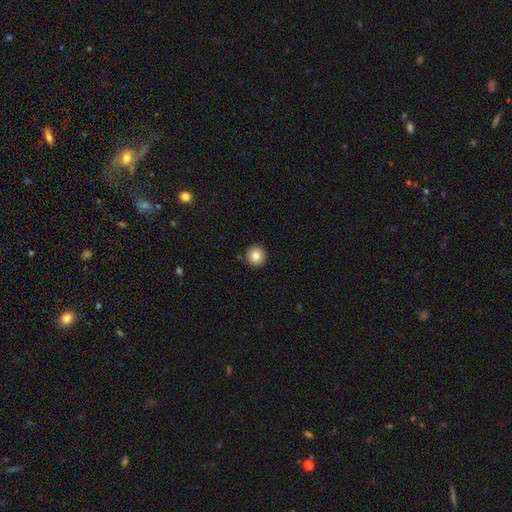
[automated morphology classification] A smooth galaxy with no disk features (82%) that is round (95%).

Vote fractions:
- Smooth or featured? smooth: 82% / star or artifact: 10% / featured or disk: 8%
- How rounded? round: 95% / in between: 4% / cigar-shaped: 1%
- Merging? none: 91% / minor disturbance: 5% / merger: 2% / major disturbance: 2%